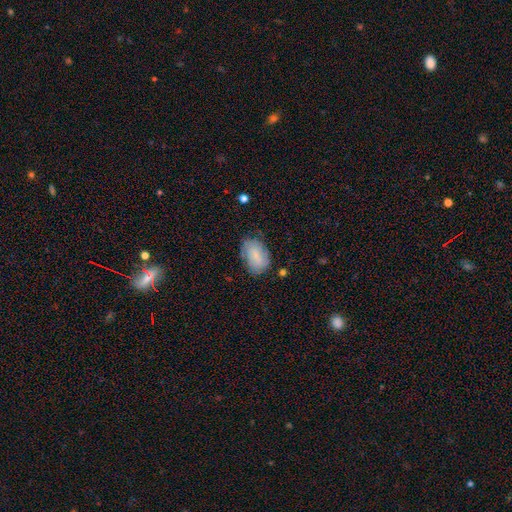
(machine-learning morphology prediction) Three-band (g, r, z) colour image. It shows a smooth galaxy with no disk features (68%) that is in between round and cigar-shaped (88%). Merging: none (68%).